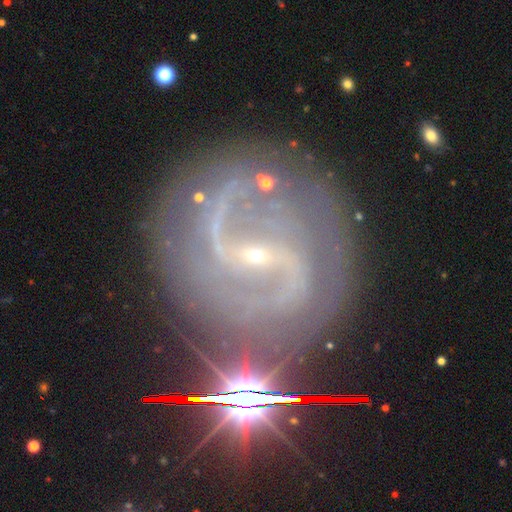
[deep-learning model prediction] Overall: featured or disk (89%). Edge-on disk: no (97%). Bar: strong (43%; weak 39%). Spiral arms: yes (97%). Spiral arm count: 2 (76%). Spiral winding: medium (49%; tight 28%). Bulge size: small (87%). Merging: none (71%).